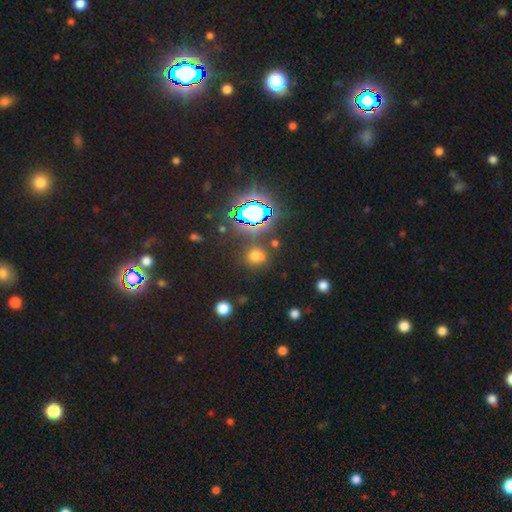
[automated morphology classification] type=smooth (52%); roundness=round (71%); merging=none (69%).